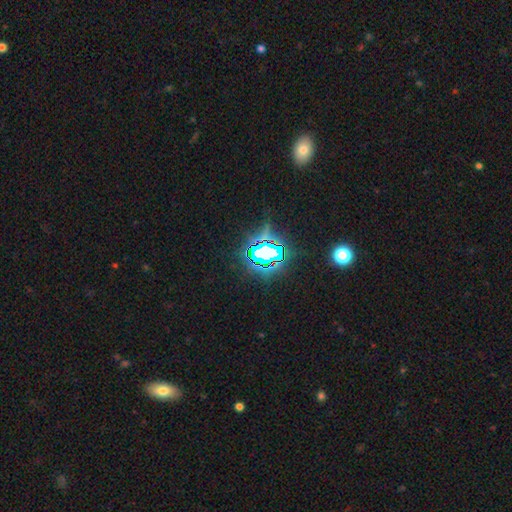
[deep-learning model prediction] smooth_or_featured: star or artifact (p=0.79) [alt: smooth p=0.13]